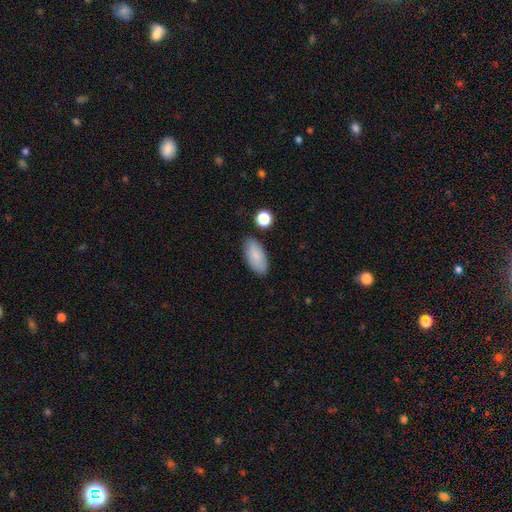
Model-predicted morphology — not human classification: This is clearly a smooth galaxy (85%). How rounded: clearly in between (91%). Merging: clearly none (82%).